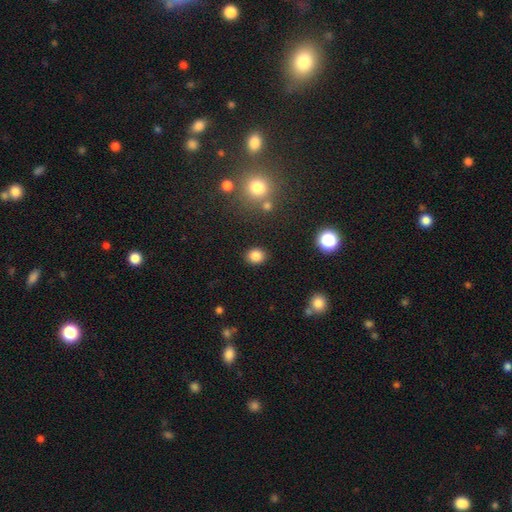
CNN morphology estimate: A smooth galaxy with no disk features (84%) that is round (64%). Merging: none (87%).